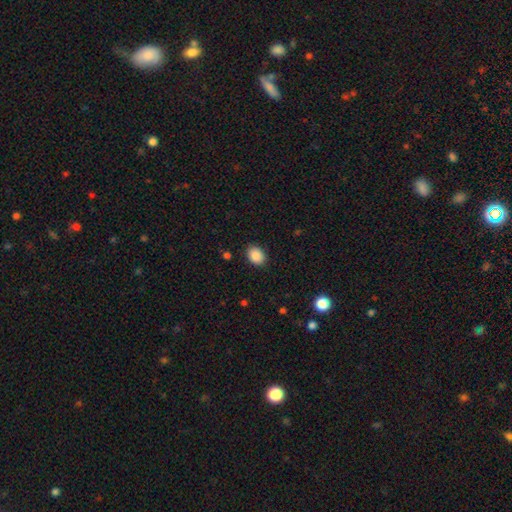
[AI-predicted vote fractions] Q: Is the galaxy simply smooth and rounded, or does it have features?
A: smooth — 89%.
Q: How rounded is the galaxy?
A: in between — 63%.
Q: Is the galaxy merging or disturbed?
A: none — 88%.